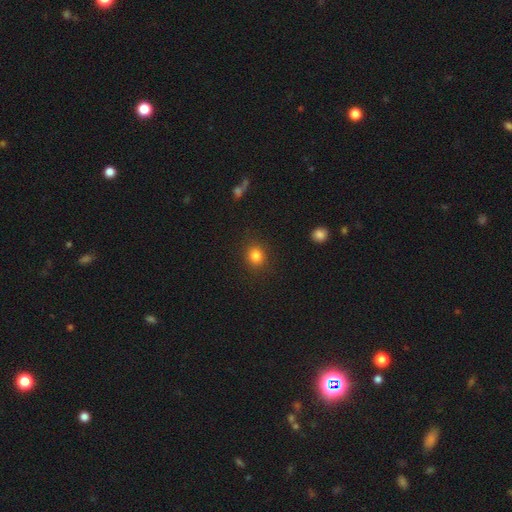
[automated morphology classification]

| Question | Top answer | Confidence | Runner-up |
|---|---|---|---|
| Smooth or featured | smooth | 83% | star or artifact (12%) |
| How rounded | round | 78% | in between (21%) |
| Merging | none | 87% | minor disturbance (8%) |